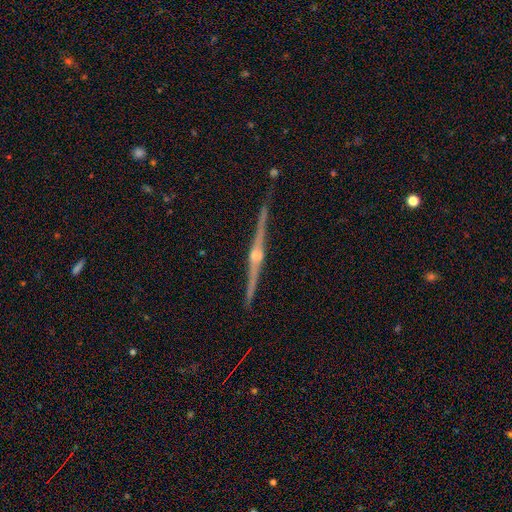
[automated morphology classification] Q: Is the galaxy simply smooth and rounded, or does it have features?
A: featured or disk — 89%.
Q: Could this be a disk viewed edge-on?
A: yes — 99%.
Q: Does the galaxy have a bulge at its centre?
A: rounded — 91%.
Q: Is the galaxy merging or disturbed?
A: none — 89%.